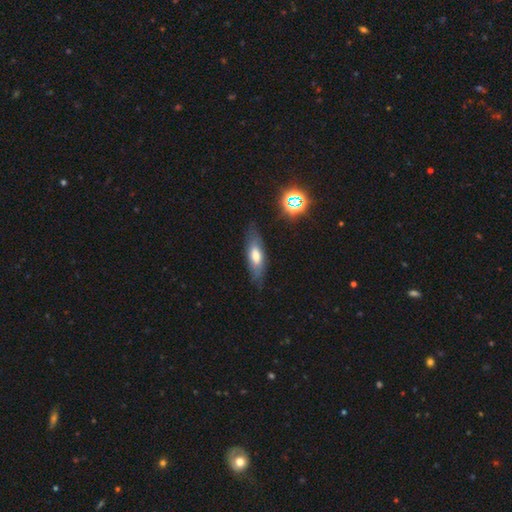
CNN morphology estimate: type=smooth (57%); roundness=in between (59%); merging=none (77%).